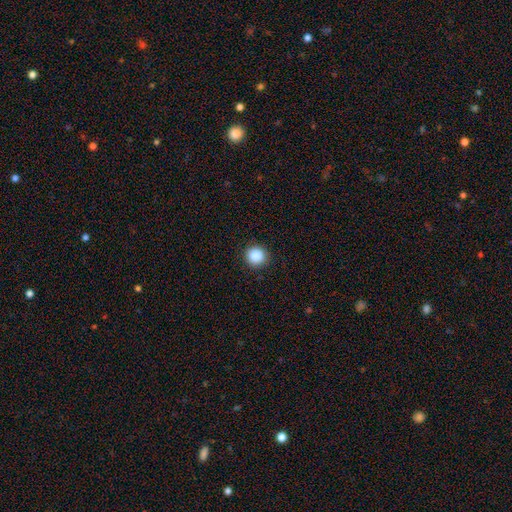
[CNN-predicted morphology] The model was most divided on "smooth or featured": smooth: 87%, star or artifact: 10%, featured or disk: 3%. More confident: how rounded — round (93%); merging — none (92%).